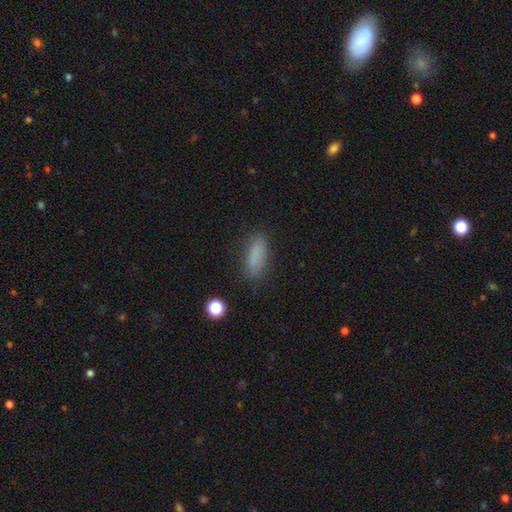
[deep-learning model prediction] Smooth or featured?
  - smooth: 84% *
  - star or artifact: 10%
  - featured or disk: 7%
How rounded?
  - in between: 59% *
  - cigar-shaped: 38%
  - round: 3%
Merging?
  - none: 82% *
  - minor disturbance: 12%
  - major disturbance: 4%
  - merger: 2%